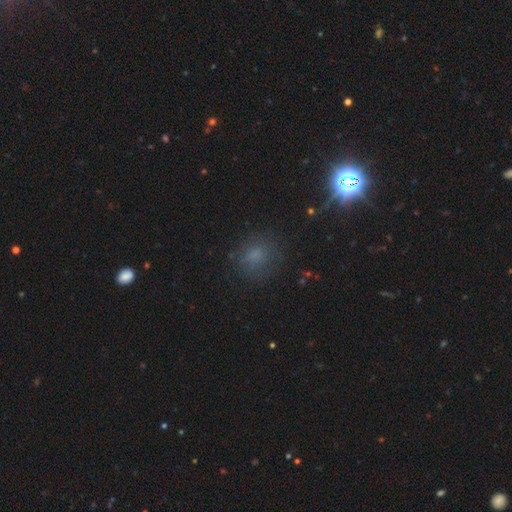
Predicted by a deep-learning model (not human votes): Morphology: type=smooth (61%); roundness=round (74%); merging=none (76%).